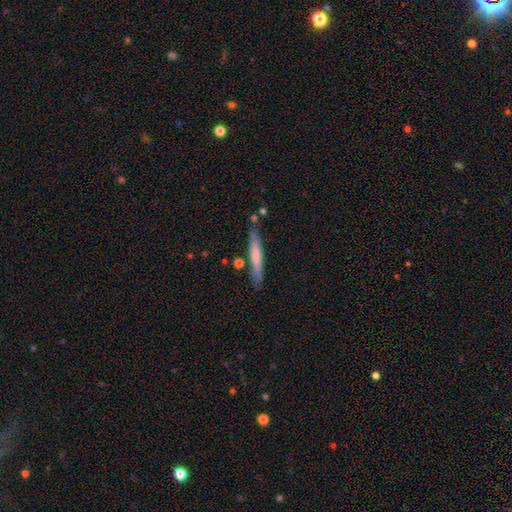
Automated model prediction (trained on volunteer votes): Overall: smooth (57%; featured or disk 37%). How rounded: cigar-shaped (95%). Merging: none (81%).